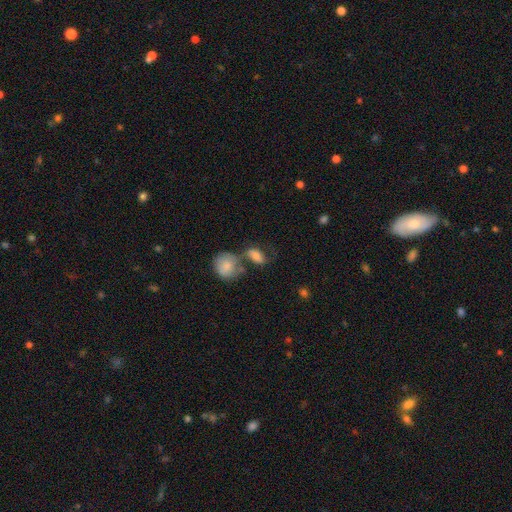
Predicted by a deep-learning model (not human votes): Smooth or featured: smooth — 72% (featured or disk — 18%)
How rounded: in between — 79% (round — 16%)
Merging: none — 37% (merger — 36%)